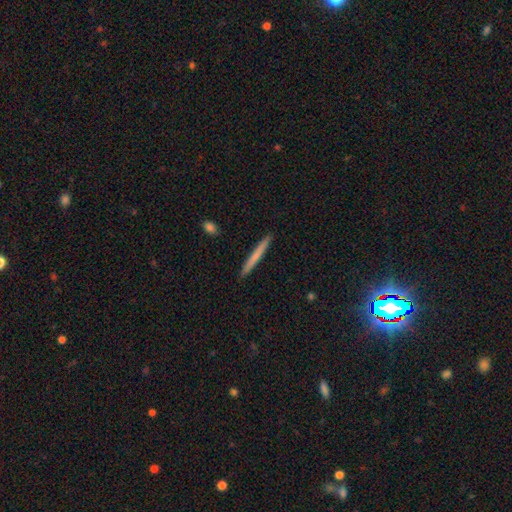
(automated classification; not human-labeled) smooth 64%, featured or disk 30%, star or artifact 6%. Down the decision tree: how rounded — cigar-shaped (97%); merging — none (93%).